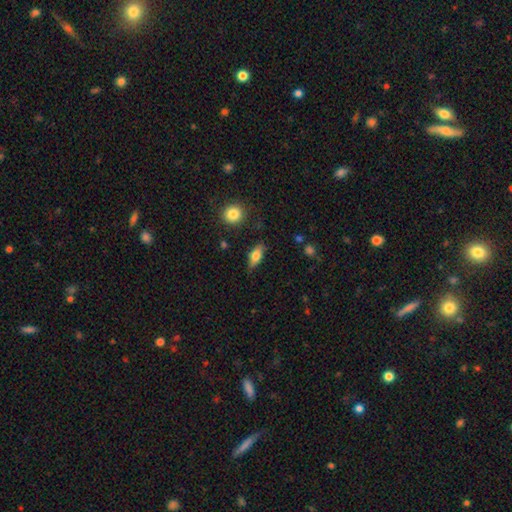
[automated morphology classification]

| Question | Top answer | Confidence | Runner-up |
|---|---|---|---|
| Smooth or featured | smooth | 73% | featured or disk (20%) |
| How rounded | in between | 80% | cigar-shaped (16%) |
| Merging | none | 76% | minor disturbance (18%) |